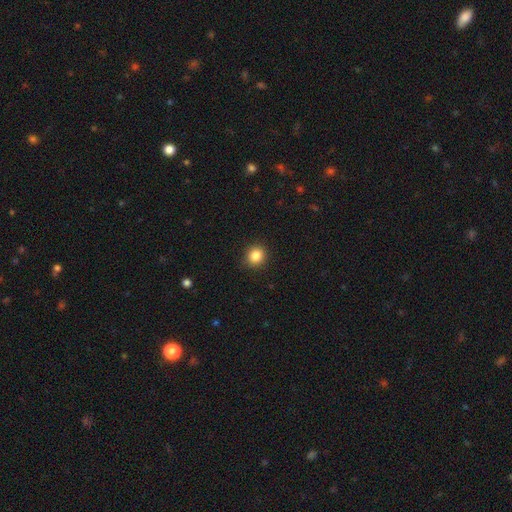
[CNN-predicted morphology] A smooth galaxy with no disk features (85%) that is round (85%). Merging: none (90%).